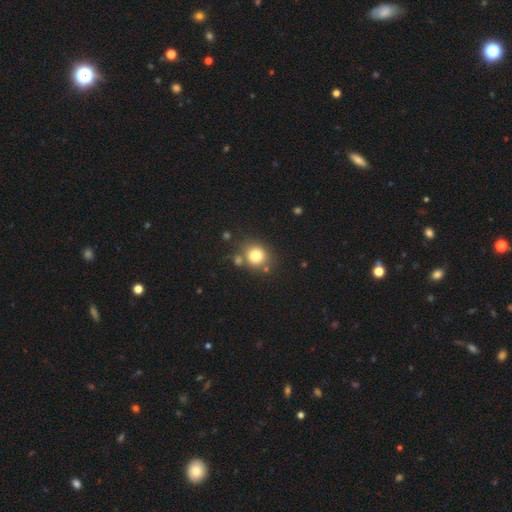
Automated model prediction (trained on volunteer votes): The model was most divided on "merging": none: 71%, merger: 14%, minor disturbance: 11%, major disturbance: 4%. More confident: how rounded — round (83%); smooth or featured — smooth (80%).